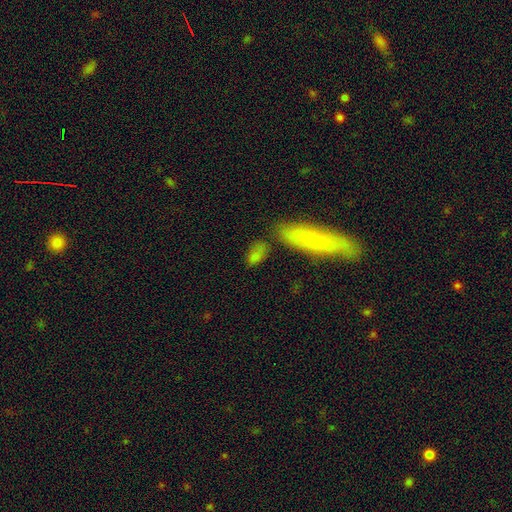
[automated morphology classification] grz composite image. It shows a smooth galaxy with no disk features (75%) that is in between round and cigar-shaped (87%). Merging: none (52%).